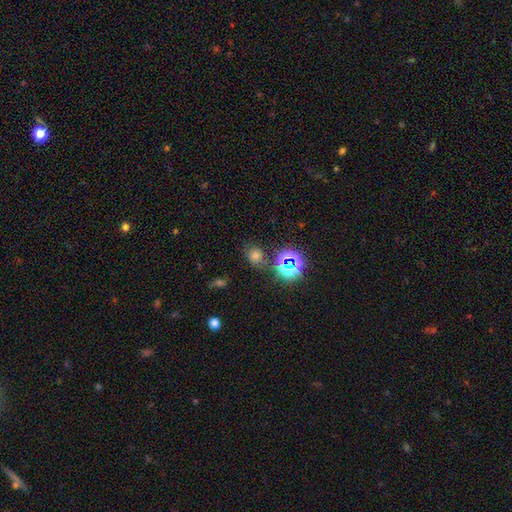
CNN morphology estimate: Smooth or featured?
  - smooth: 54% *
  - star or artifact: 38%
  - featured or disk: 8%
How rounded?
  - round: 74% *
  - in between: 25%
  - cigar-shaped: 1%
Merging?
  - none: 79% *
  - minor disturbance: 11%
  - merger: 6%
  - major disturbance: 4%